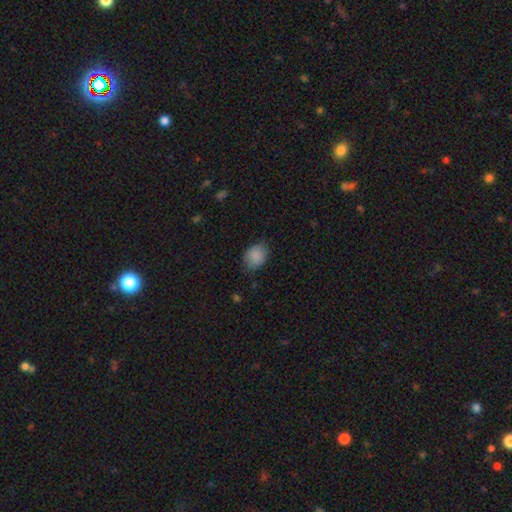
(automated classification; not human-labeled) smooth 87%, star or artifact 8%, featured or disk 5%. Down the decision tree: how rounded — in between (58%); merging — none (75%).